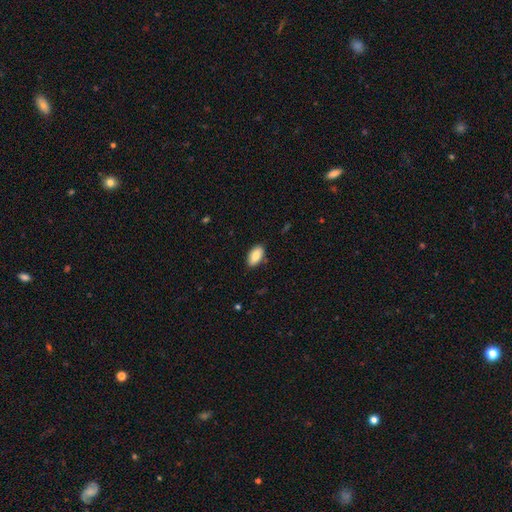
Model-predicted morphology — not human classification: type=smooth (86%); roundness=in between (93%); merging=none (85%).